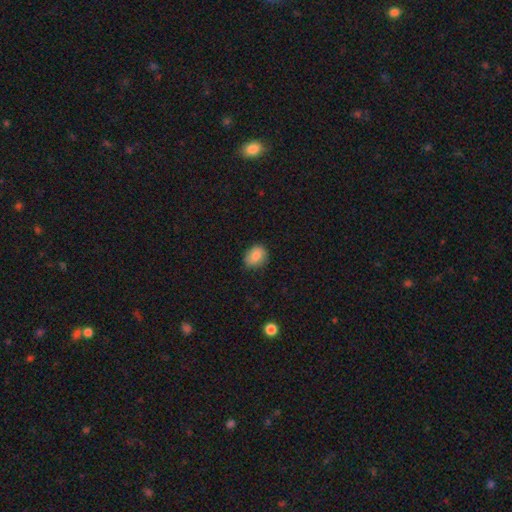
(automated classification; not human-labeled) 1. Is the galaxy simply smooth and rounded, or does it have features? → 85% smooth, 8% star or artifact, 7% featured or disk.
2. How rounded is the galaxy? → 49% in between (tied), 49% round (tied), 1% cigar-shaped.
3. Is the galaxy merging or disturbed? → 74% none, 21% minor disturbance, 4% major disturbance, 1% merger.